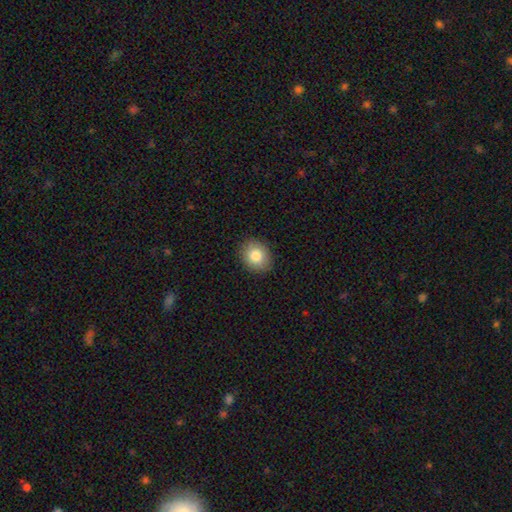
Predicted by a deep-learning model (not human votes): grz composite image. It shows a smooth galaxy with no disk features (82%) that is round (59%). Merging: none (90%).